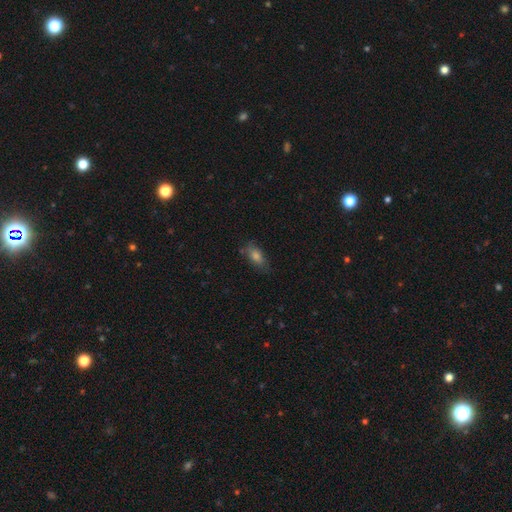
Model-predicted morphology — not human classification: Smooth or featured? Predicted: smooth (p=0.68). How rounded? Predicted: in between (p=0.80). Merging? Predicted: none (p=0.73).